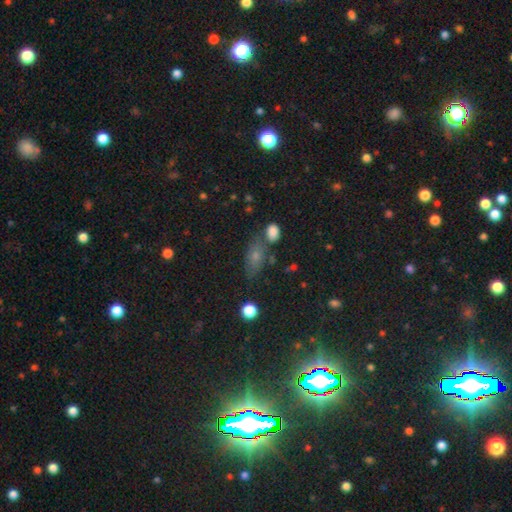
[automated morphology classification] Smooth or featured: smooth — 65% (featured or disk — 18%)
How rounded: in between — 77% (cigar-shaped — 12%)
Merging: none — 62% (minor disturbance — 19%)